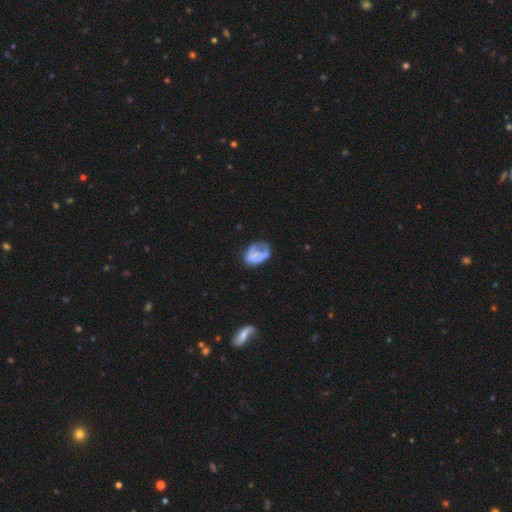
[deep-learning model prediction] Smooth or featured?
  - smooth: 51% *
  - featured or disk: 39%
  - star or artifact: 10%
How rounded?
  - in between: 71% *
  - round: 27%
  - cigar-shaped: 1%
Merging?
  - none: 38% *
  - minor disturbance: 31%
  - major disturbance: 28%
  - merger: 4%